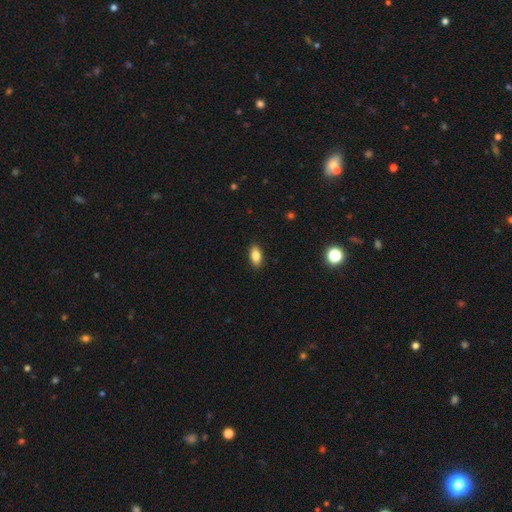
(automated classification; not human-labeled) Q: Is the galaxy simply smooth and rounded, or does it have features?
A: smooth — 84%.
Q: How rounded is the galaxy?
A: in between — 90%.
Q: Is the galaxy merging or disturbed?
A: none — 89%.